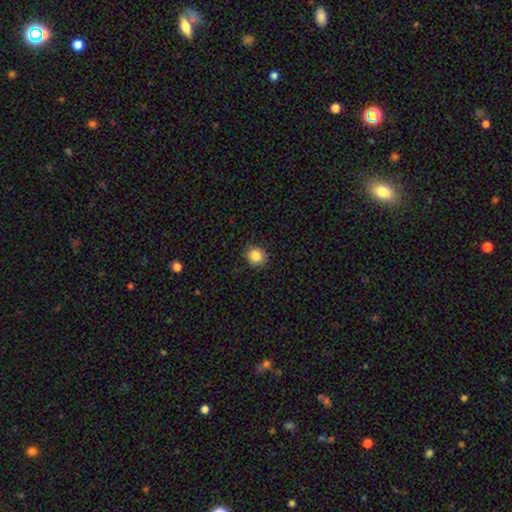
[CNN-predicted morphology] Smooth or featured: smooth — 85% (star or artifact — 10%)
How rounded: round — 83% (in between — 16%)
Merging: none — 88% (minor disturbance — 9%)